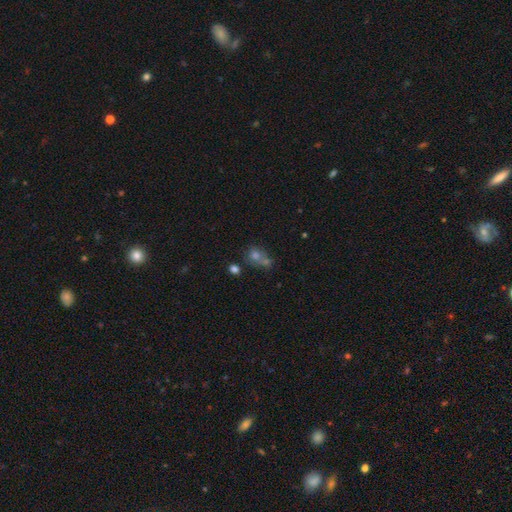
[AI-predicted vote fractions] Morphology: type=smooth (64%); roundness=round (72%); merging=merger (43%).